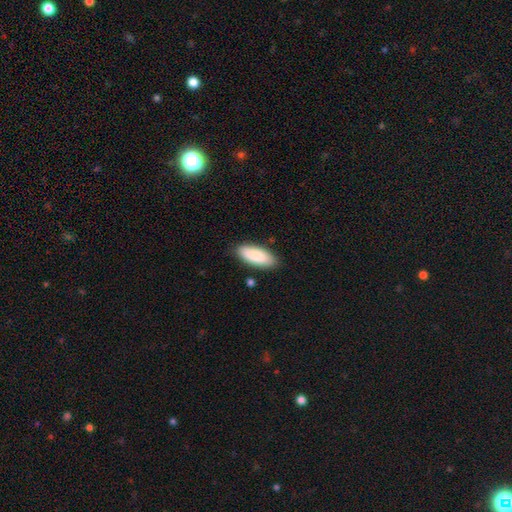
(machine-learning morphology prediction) This appears to be a smooth galaxy with no disk features (87%) that is in between round and cigar-shaped (79%). Merging: none (85%).